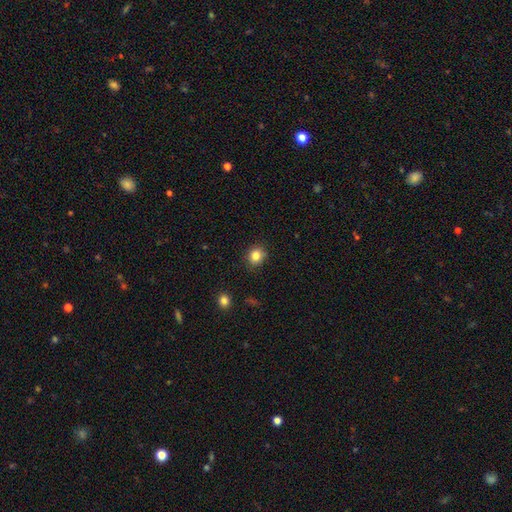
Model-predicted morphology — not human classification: Smooth or featured: smooth — 84% (star or artifact — 11%)
How rounded: round — 79% (in between — 20%)
Merging: none — 86% (minor disturbance — 11%)